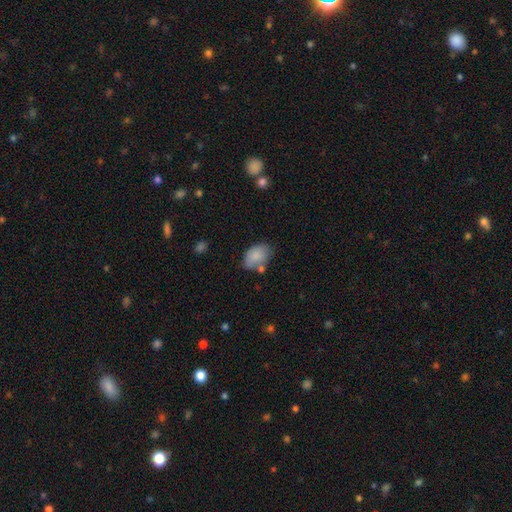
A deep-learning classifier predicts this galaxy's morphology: A smooth galaxy with no disk features (84%) that is in between round and cigar-shaped (88%). Merging: none (58%).